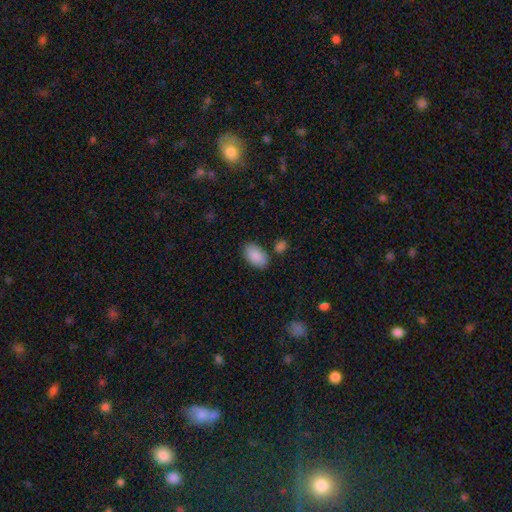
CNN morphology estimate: type=smooth (89%); roundness=in between (94%); merging=none (78%).